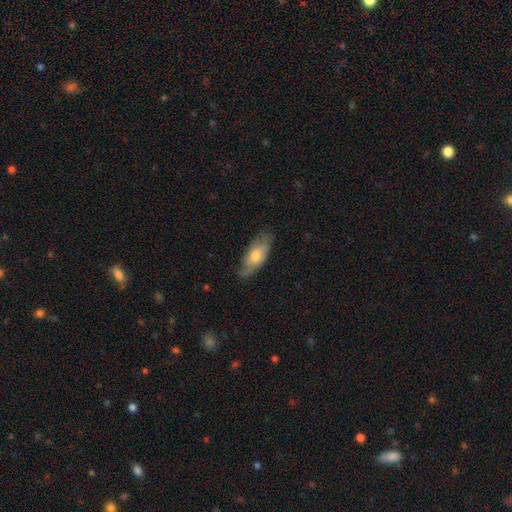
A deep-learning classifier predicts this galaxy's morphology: smooth-or-featured: smooth: 62% | featured or disk: 32% | star or artifact: 6%
  how-rounded: in between: 78% | cigar-shaped: 20% | round: 2%
  merging: none: 74% | minor disturbance: 21% | major disturbance: 4% | merger: 1%